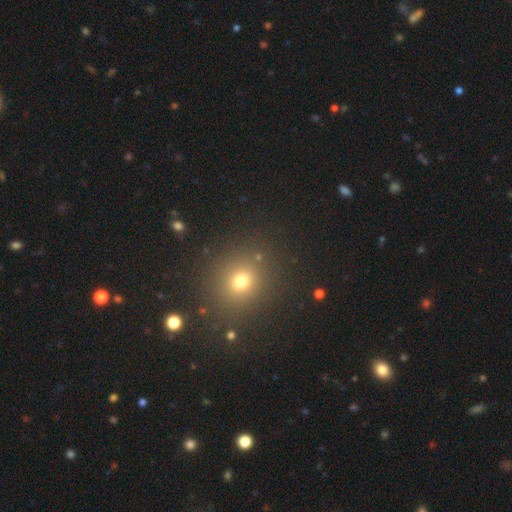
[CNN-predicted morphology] smooth-or-featured: smooth: 57% | star or artifact: 35% | featured or disk: 7%
  how-rounded: round: 83% | in between: 16% | cigar-shaped: 1%
  merging: none: 89% | minor disturbance: 6% | major disturbance: 2% | merger: 2%